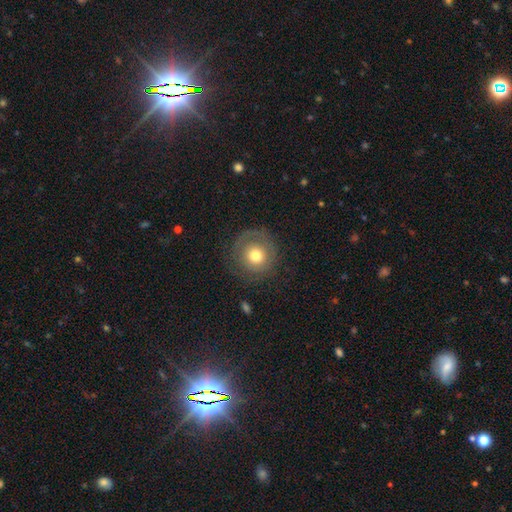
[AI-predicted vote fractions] A smooth galaxy with no disk features (59%) that is round (94%).

Vote fractions:
- Smooth or featured? smooth: 59% / featured or disk: 32% / star or artifact: 9%
- How rounded? round: 94% / in between: 5% / cigar-shaped: 1%
- Merging? none: 75% / minor disturbance: 15% / major disturbance: 9% / merger: 1%